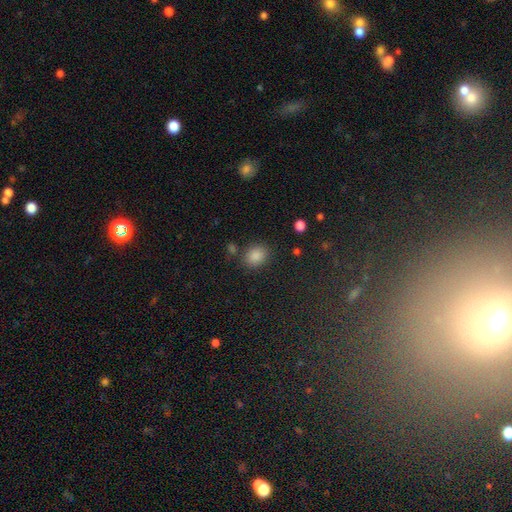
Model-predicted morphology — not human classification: smooth 86%, star or artifact 10%, featured or disk 4%. Down the decision tree: how rounded — round (50%); merging — none (79%).